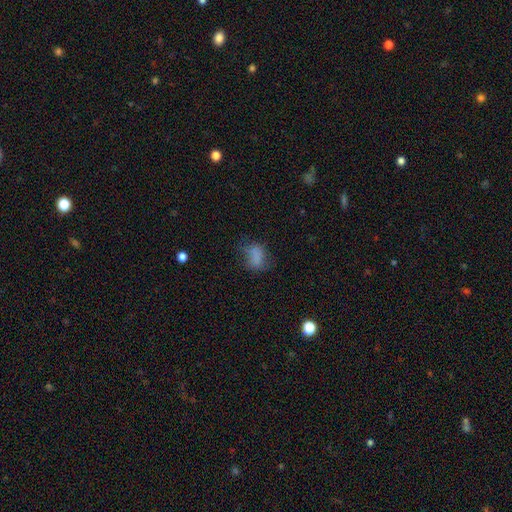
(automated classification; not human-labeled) Overall: smooth (72%). How rounded: in between (79%). Merging: none (45%; minor disturbance 28%).